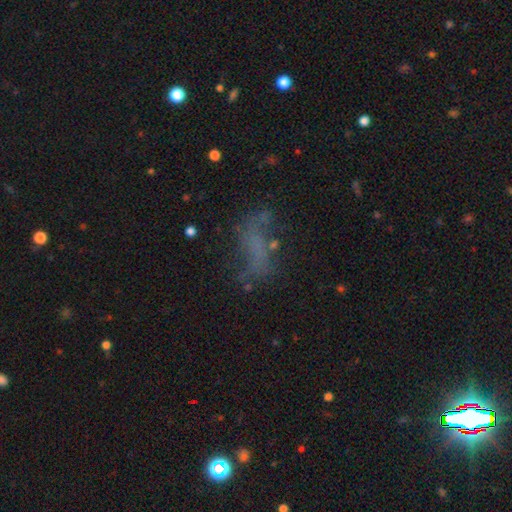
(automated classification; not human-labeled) Overall: featured or disk (39%; star or artifact 33%). Merging: none (52%; major disturbance 24%).